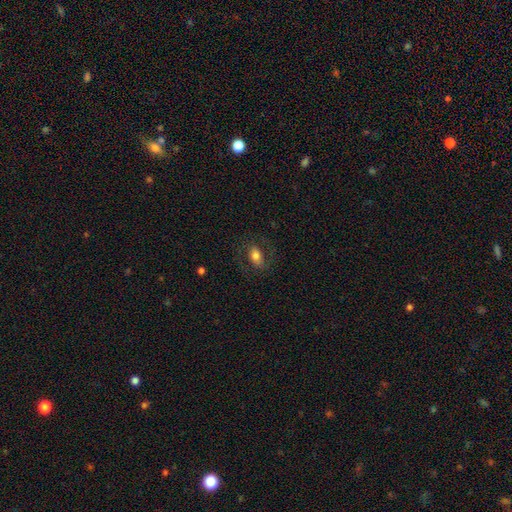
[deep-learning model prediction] Overall: smooth (63%; featured or disk 29%). How rounded: in between (83%). Merging: none (72%).